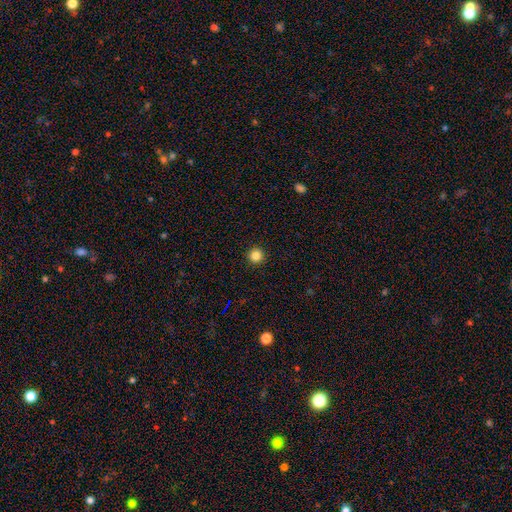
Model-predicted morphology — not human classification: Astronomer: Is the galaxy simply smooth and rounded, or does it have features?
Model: smooth — 84%.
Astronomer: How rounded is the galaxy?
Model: round — 96%.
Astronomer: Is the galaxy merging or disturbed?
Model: none — 93%.